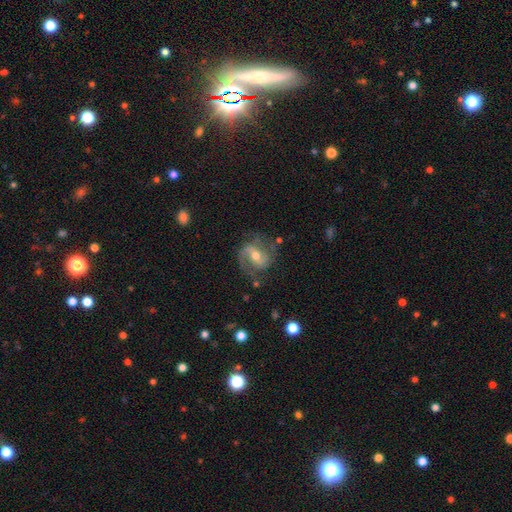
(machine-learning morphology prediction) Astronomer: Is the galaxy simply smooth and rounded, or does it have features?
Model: featured or disk — 86%.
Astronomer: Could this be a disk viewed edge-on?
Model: no — 98%.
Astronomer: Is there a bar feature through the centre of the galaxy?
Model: weak — 48% (runner-up: no, 29%).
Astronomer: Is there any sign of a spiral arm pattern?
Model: yes — 96%.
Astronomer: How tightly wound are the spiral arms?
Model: medium — 54%.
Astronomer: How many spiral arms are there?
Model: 2 — 82%.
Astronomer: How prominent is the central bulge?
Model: moderate — 64%.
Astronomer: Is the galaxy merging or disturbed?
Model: none — 70%.